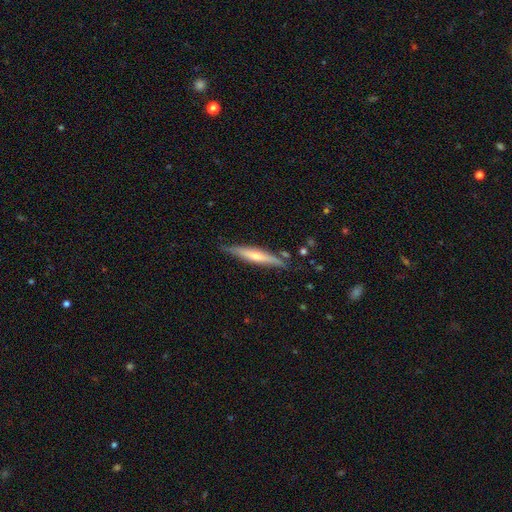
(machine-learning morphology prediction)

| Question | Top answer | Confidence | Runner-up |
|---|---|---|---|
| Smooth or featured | featured or disk | 63% | smooth (30%) |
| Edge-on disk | yes | 95% | no (5%) |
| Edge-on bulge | rounded | 74% | none (19%) |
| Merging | none | 85% | minor disturbance (11%) |